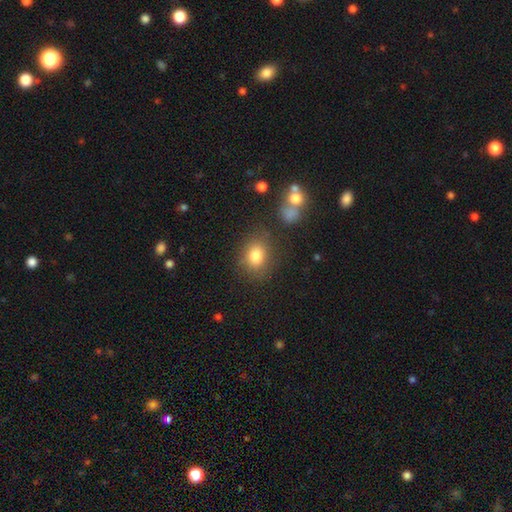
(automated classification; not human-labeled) A smooth galaxy with no disk features (81%) that is in between round and cigar-shaped (55%). Merging: none (76%).